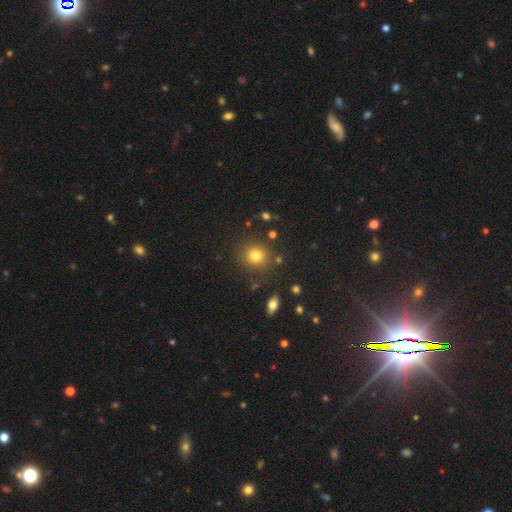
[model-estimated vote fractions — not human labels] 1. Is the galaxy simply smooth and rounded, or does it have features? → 78% smooth, 14% star or artifact, 8% featured or disk.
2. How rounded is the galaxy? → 89% round, 10% in between, 1% cigar-shaped.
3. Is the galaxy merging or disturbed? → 85% none, 8% minor disturbance, 4% merger, 3% major disturbance.